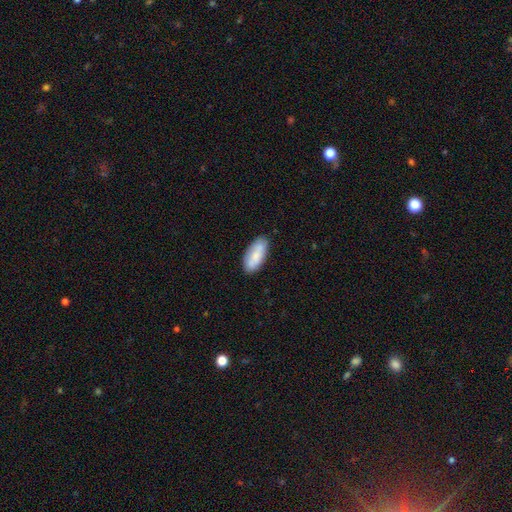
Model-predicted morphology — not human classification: This is clearly a smooth galaxy (81%). How rounded: clearly in between (87%). Merging: clearly none (82%).